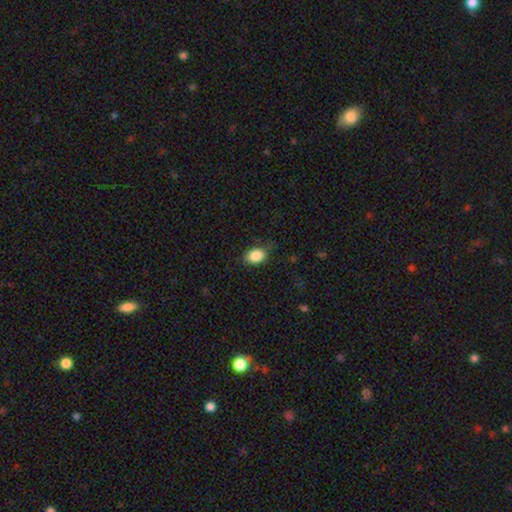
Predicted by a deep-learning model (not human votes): Morphology: type=smooth (87%); roundness=in between (79%); merging=none (76%).